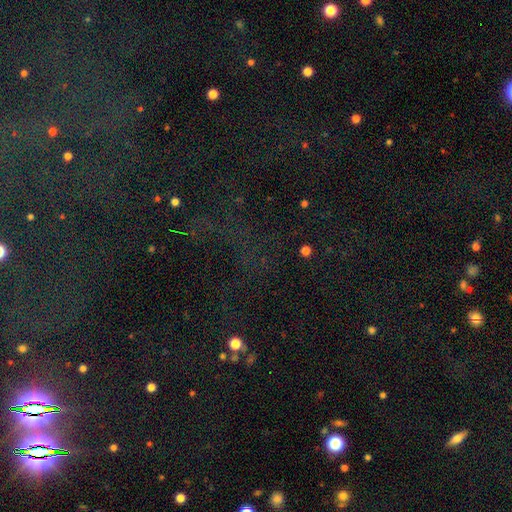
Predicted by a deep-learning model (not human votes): The model was most divided on "smooth or featured": star or artifact: 74%, smooth: 15%, featured or disk: 11%.